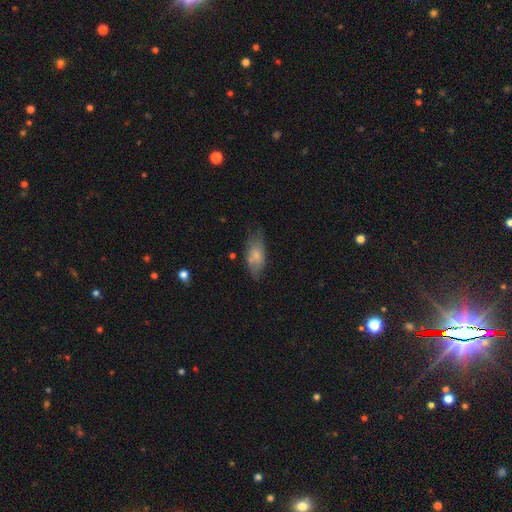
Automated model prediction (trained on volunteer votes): A smooth galaxy with no disk features (68%) that is in between round and cigar-shaped (86%). Merging: none (58%).